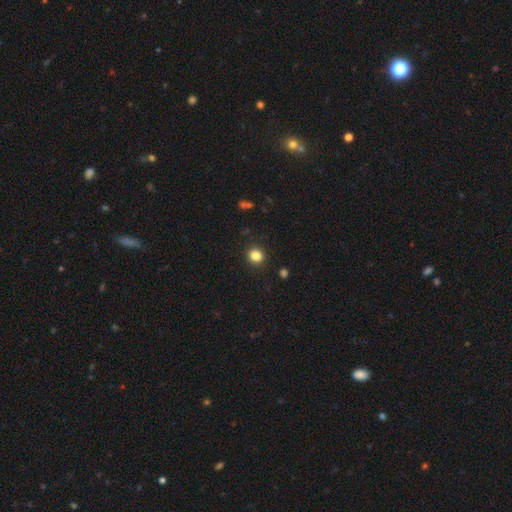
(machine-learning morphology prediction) smooth-or-featured: smooth: 84% | star or artifact: 12% | featured or disk: 4%
  how-rounded: round: 82% | in between: 17% | cigar-shaped: 1%
  merging: none: 91% | minor disturbance: 6% | major disturbance: 2% | merger: 1%